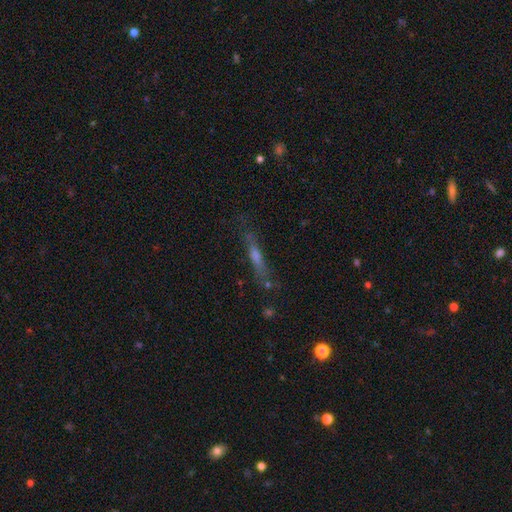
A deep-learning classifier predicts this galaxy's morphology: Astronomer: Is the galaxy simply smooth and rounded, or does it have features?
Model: featured or disk — 53% (runner-up: smooth, 34%).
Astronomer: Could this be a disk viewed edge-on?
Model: yes — 85%.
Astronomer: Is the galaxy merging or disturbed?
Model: none — 73%.